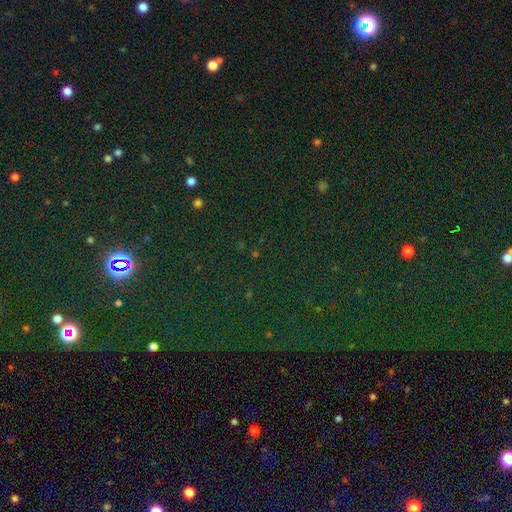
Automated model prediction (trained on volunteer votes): This is likely a star or artifact rather than a galaxy (78%).